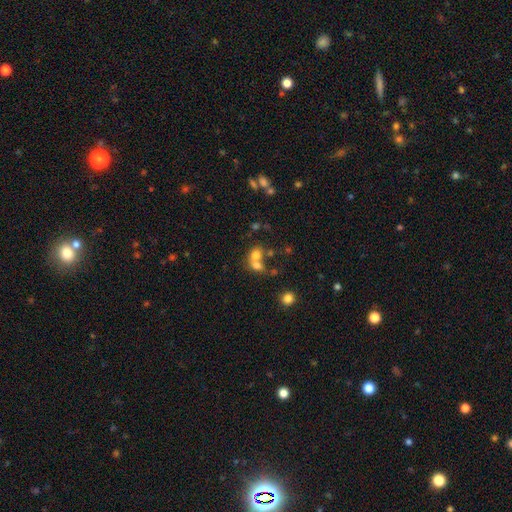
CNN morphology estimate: Overall: smooth (69%). How rounded: round (54%; in between 44%). Merging: merger (62%; none 27%).